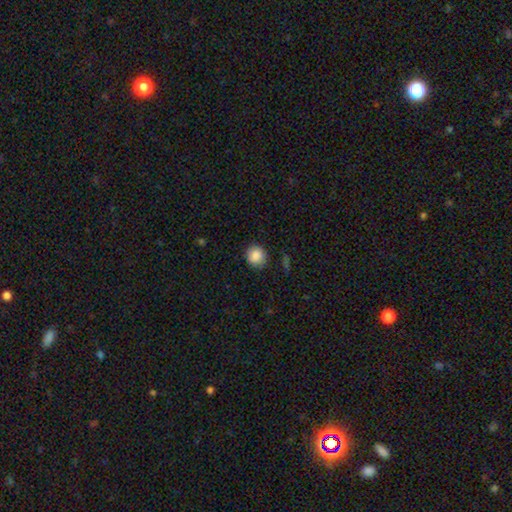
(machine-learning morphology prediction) This appears to be a smooth galaxy with no disk features (88%) that is round (87%). Merging: none (87%).